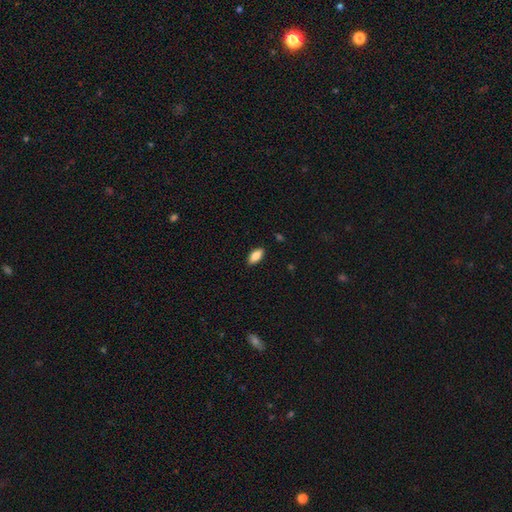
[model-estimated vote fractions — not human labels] Smooth or featured? smooth (84%)
How rounded? in between (90%)
Merging? none (88%)